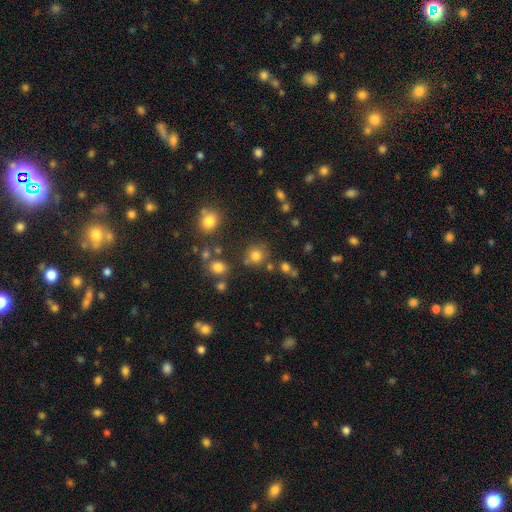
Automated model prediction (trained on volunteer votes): Morphology: type=smooth (77%); roundness=round (86%); merging=none (73%).